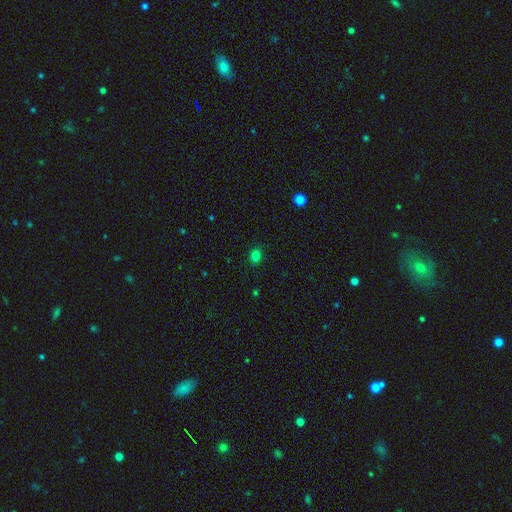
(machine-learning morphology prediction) The model was most divided on "how rounded": round: 51%, in between: 48%, cigar-shaped: 1%. More confident: merging — none (88%); smooth or featured — smooth (80%).